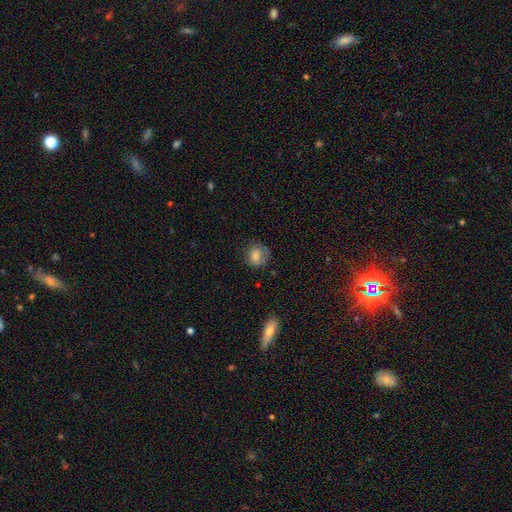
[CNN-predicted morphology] Smooth or featured?
  - smooth: 75% *
  - featured or disk: 15%
  - star or artifact: 10%
How rounded?
  - round: 66% *
  - in between: 33%
  - cigar-shaped: 1%
Merging?
  - none: 63% *
  - minor disturbance: 24%
  - major disturbance: 12%
  - merger: 2%